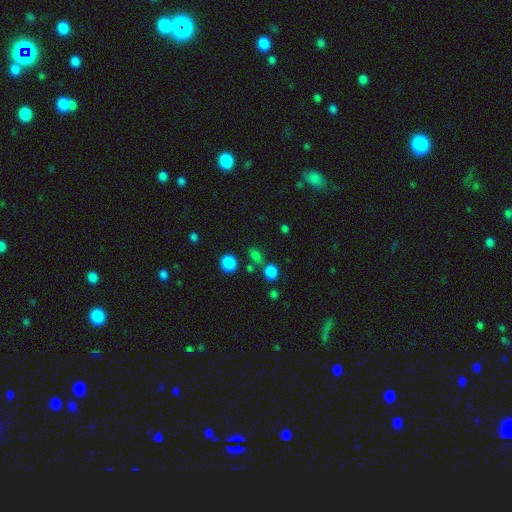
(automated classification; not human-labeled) Morphology: type=smooth (78%); roundness=round (56%); merging=none (73%).